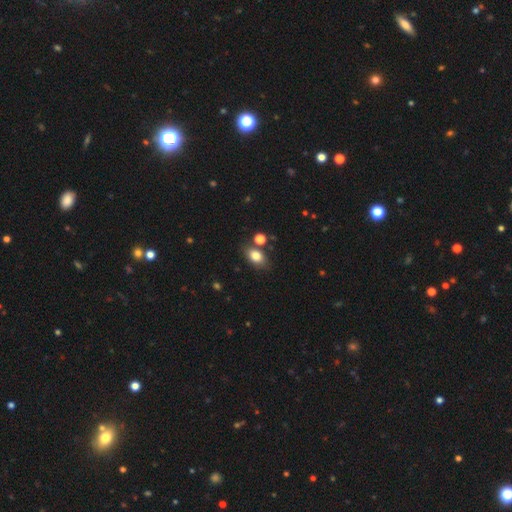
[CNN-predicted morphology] The model was most divided on "merging": none: 73%, minor disturbance: 14%, merger: 10%, major disturbance: 4%. More confident: smooth or featured — smooth (80%); how rounded — in between (80%).